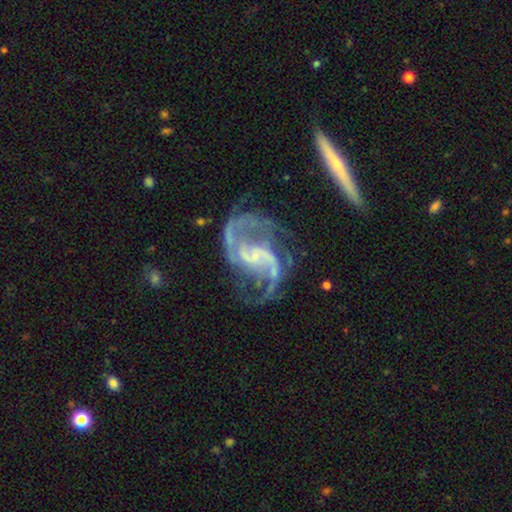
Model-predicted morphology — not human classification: Overall: featured or disk (92%). Edge-on disk: no (98%). Bar: weak (45%; no 34%). Spiral arms: yes (97%). Spiral arm count: 2 (88%). Spiral winding: medium (50%; loose 38%). Bulge size: small (57%; none 28%). Merging: none (56%; major disturbance 21%).